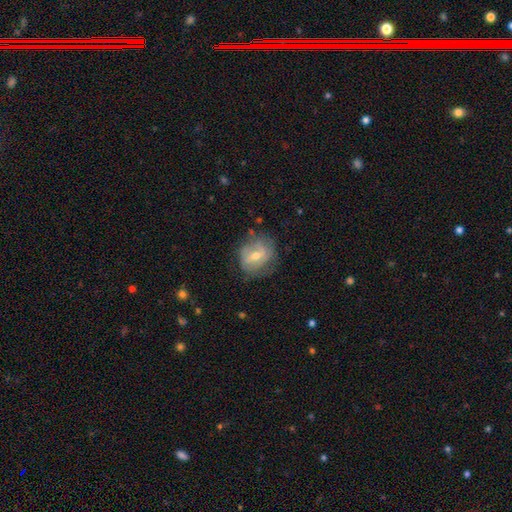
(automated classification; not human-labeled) Smooth or featured? Predicted: featured or disk (p=0.57). Edge-on disk? Predicted: no (p=0.95). Bar? Predicted: weak (p=0.47). Spiral arms? Predicted: yes (p=0.61). Bulge size? Predicted: moderate (p=0.57). Merging? Predicted: none (p=0.65).